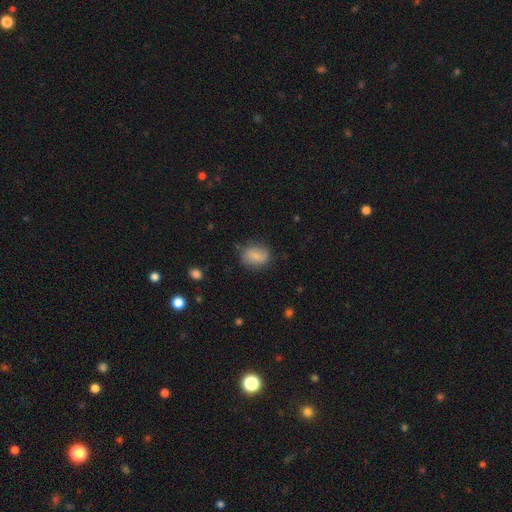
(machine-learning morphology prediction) Smooth or featured: smooth — 77% (featured or disk — 14%)
How rounded: in between — 60% (round — 39%)
Merging: none — 76% (minor disturbance — 18%)